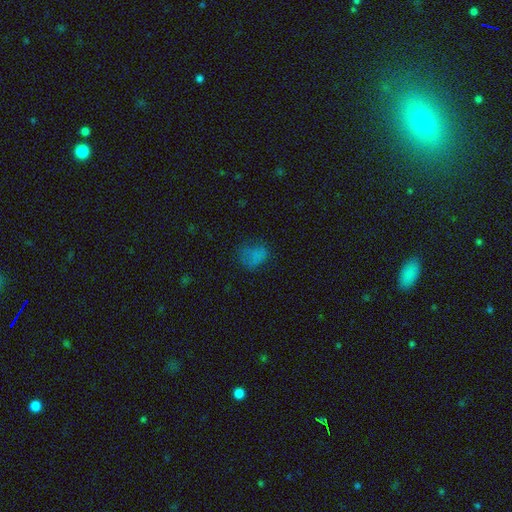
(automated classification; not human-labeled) The model was most divided on "how rounded": in between: 58%, round: 41%, cigar-shaped: 2%. More confident: smooth or featured — smooth (67%); merging — none (52%).